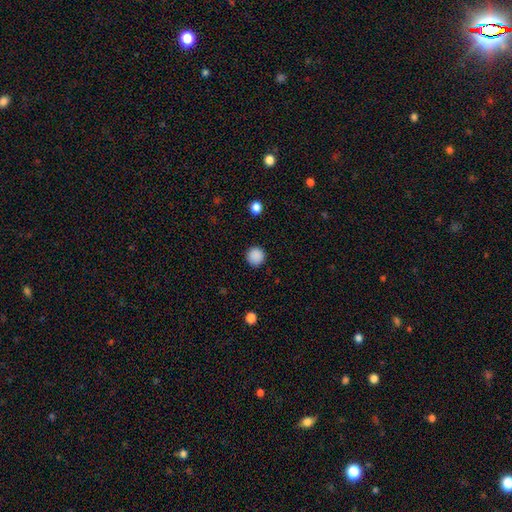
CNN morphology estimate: Smooth or featured? Predicted: smooth (p=0.88). How rounded? Predicted: round (p=0.95). Merging? Predicted: none (p=0.91).